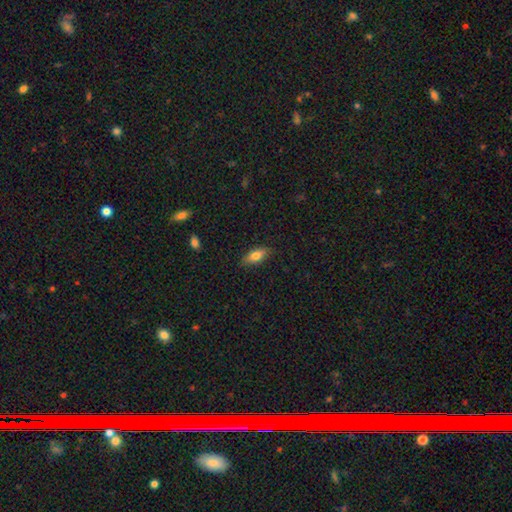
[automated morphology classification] smooth 71%, featured or disk 22%, star or artifact 7%. Down the decision tree: how rounded — in between (72%); merging — none (85%).